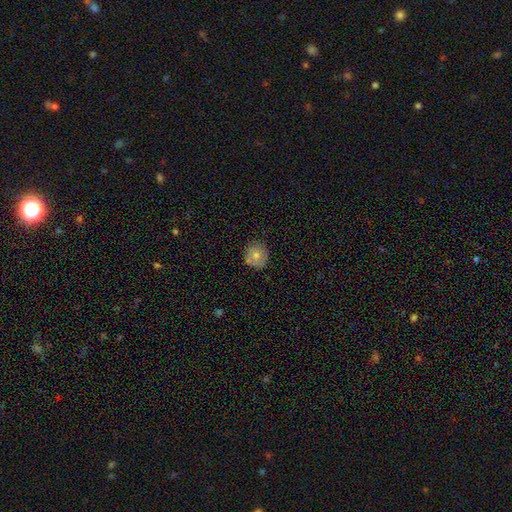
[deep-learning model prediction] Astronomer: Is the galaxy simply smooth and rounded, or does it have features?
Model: smooth — 69%.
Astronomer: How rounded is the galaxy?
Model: round — 84%.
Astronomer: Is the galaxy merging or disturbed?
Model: none — 72%.